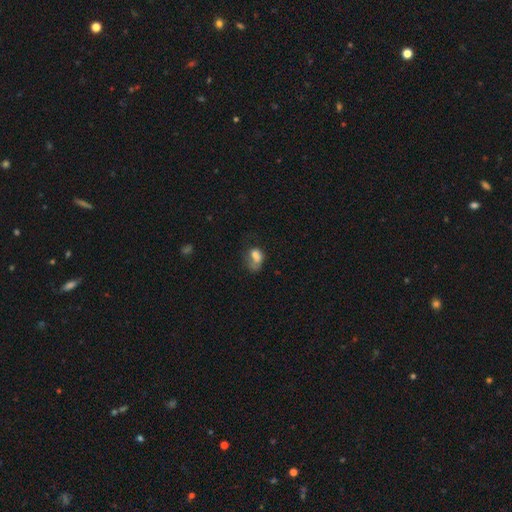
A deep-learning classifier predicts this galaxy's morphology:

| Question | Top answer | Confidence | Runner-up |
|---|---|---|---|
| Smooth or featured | smooth | 65% | featured or disk (23%) |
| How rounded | in between | 69% | round (29%) |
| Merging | major disturbance | 35% | none (25%) |